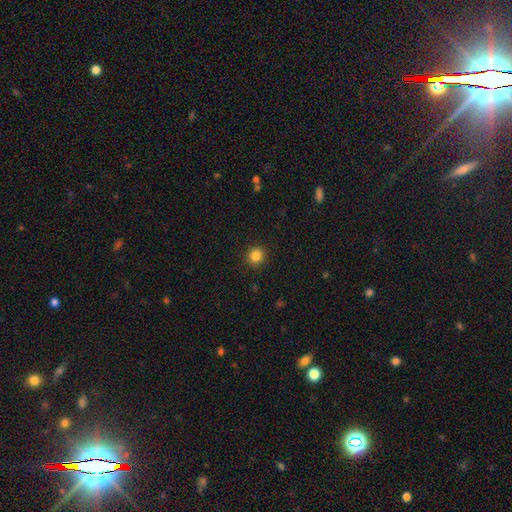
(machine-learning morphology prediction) The model was most divided on "smooth or featured": smooth: 85%, star or artifact: 11%, featured or disk: 4%. More confident: merging — none (92%); how rounded — round (91%).